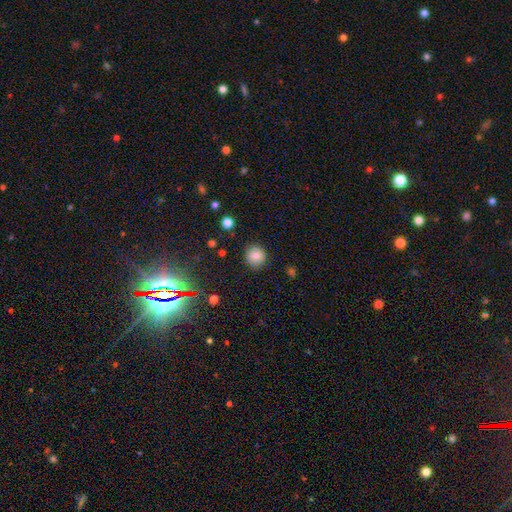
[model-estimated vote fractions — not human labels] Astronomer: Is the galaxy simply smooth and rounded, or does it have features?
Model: smooth — 80%.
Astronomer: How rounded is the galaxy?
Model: round — 90%.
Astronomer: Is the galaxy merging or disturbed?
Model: none — 88%.